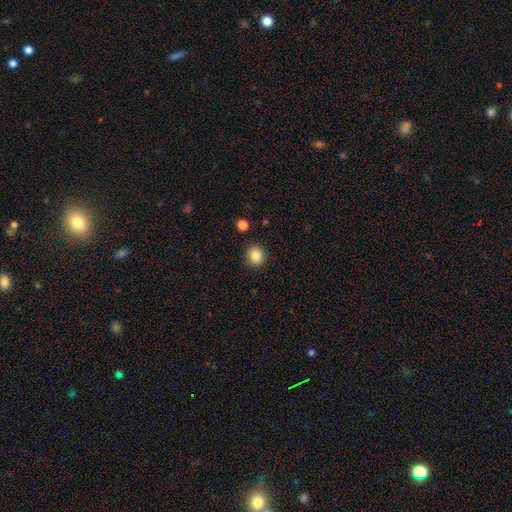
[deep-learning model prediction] Smooth or featured: smooth — 85% (star or artifact — 10%)
How rounded: round — 83% (in between — 16%)
Merging: none — 89% (minor disturbance — 7%)